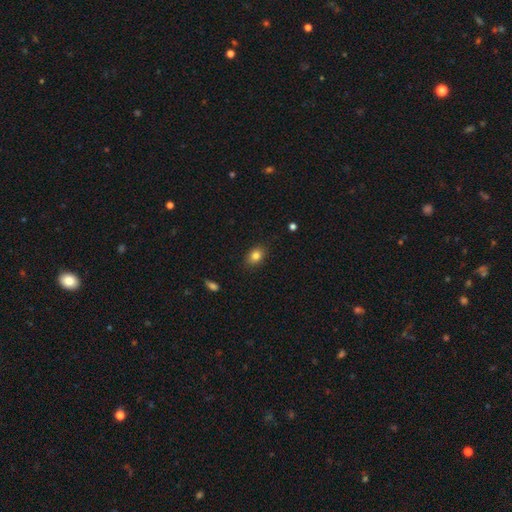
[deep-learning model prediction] Smooth or featured: smooth — 82% (star or artifact — 10%)
How rounded: in between — 69% (round — 30%)
Merging: none — 86% (minor disturbance — 10%)